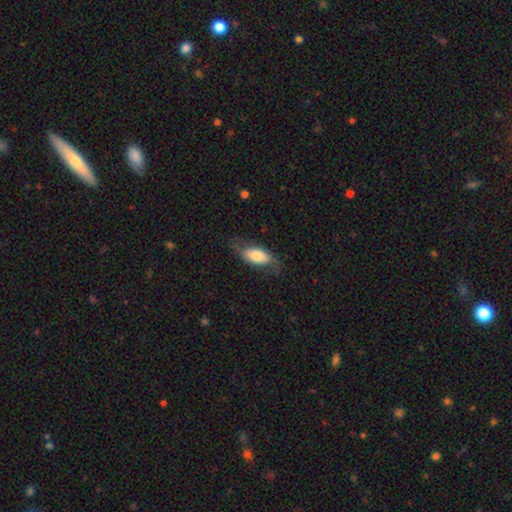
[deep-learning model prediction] Overall: smooth (52%; featured or disk 41%). How rounded: in between (83%). Merging: none (64%).